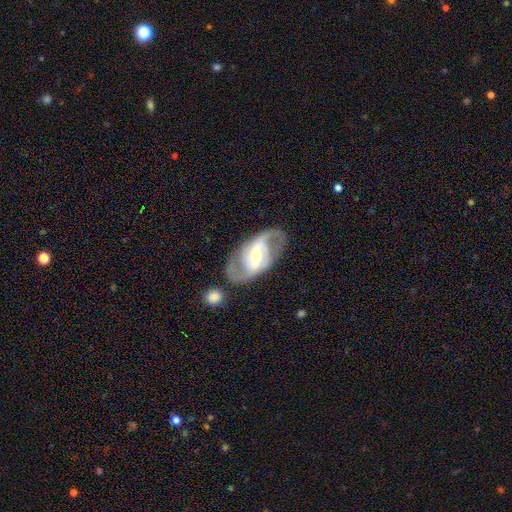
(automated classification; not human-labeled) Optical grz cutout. It shows a featured or disk galaxy (86%) with a weak bar (42%), 2 (86%) medium (53%) spiral arms (95%) and a small central bulge (53%). Merging: none (74%).